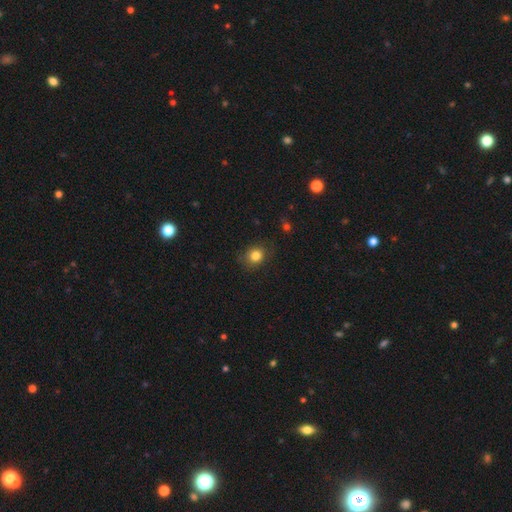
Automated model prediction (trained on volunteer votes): Smooth or featured? smooth (82%)
How rounded? round (70%)
Merging? none (79%)